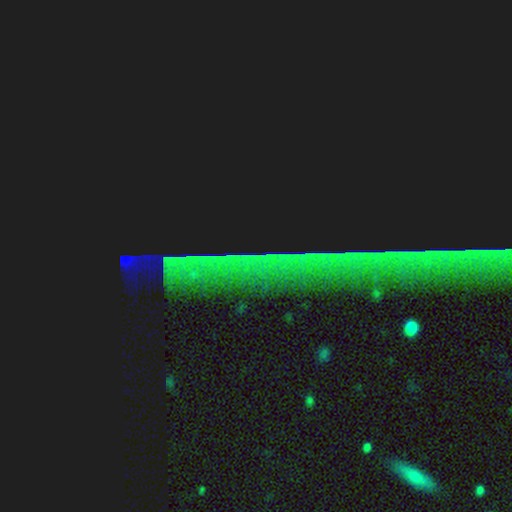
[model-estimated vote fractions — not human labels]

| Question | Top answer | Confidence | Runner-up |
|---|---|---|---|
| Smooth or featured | star or artifact | 85% | featured or disk (8%) |